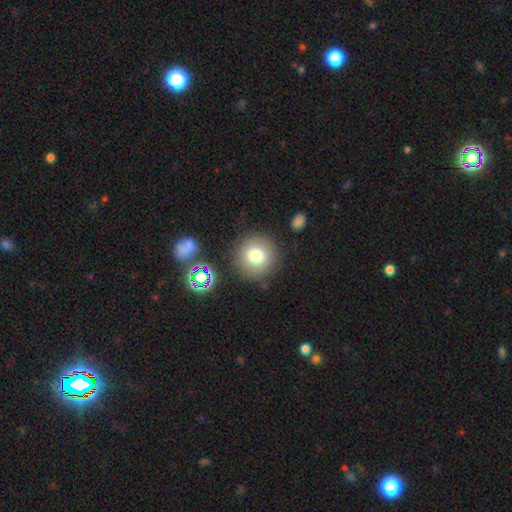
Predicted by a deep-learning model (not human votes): Smooth or featured: smooth — 76% (star or artifact — 13%)
How rounded: round — 94% (in between — 5%)
Merging: none — 85% (minor disturbance — 8%)